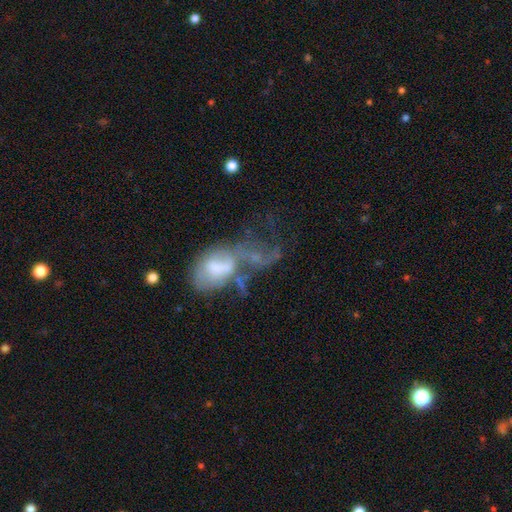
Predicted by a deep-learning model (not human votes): Smooth or featured? Predicted: featured or disk (p=0.50). Merging? Predicted: merger (p=0.43).